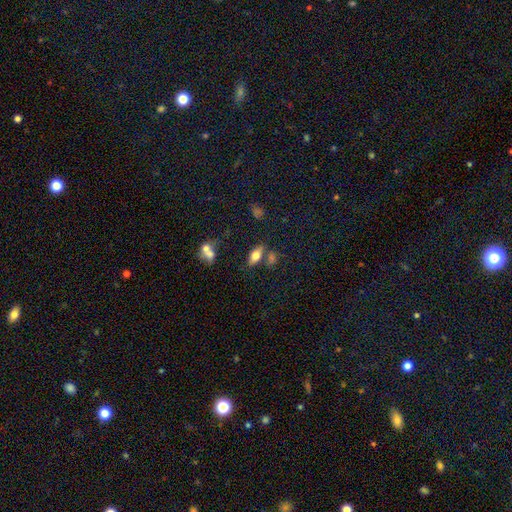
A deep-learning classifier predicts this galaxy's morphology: Smooth or featured? smooth (70%)
How rounded? in between (84%)
Merging? none (63%)